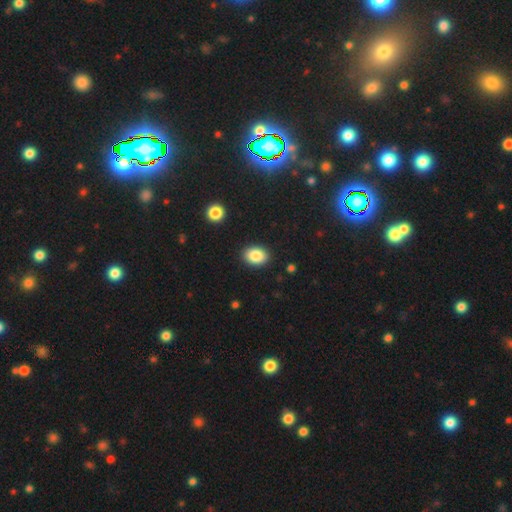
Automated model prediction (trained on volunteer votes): A smooth galaxy with no disk features (86%) that is in between round and cigar-shaped (77%). Merging: none (89%).